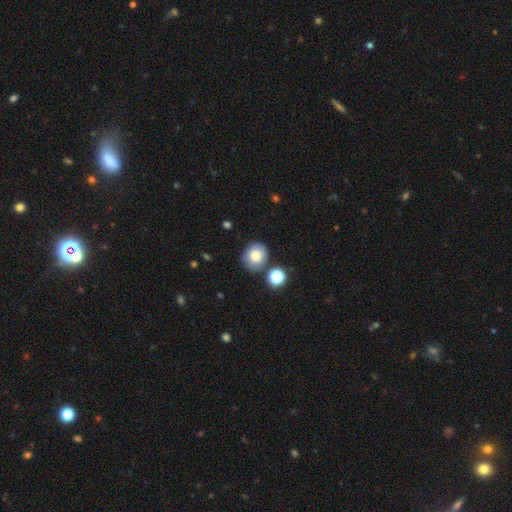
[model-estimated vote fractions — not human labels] This is likely a smooth galaxy (76%). How rounded: likely round (77%). Merging: likely none (73%).